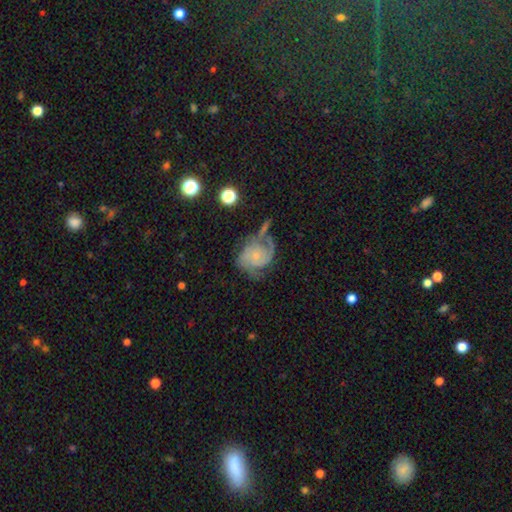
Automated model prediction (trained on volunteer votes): This is likely a featured or disk galaxy (78%). It is clearly not viewed edge-on (98%). Bar: likely no (73%). Spiral arm pattern: clearly yes (93%). Spiral arm count: likely 2 (65%). Spiral winding: marginally medium (44%). Central bulge: likely small (71%). Merging: marginally none (43%).